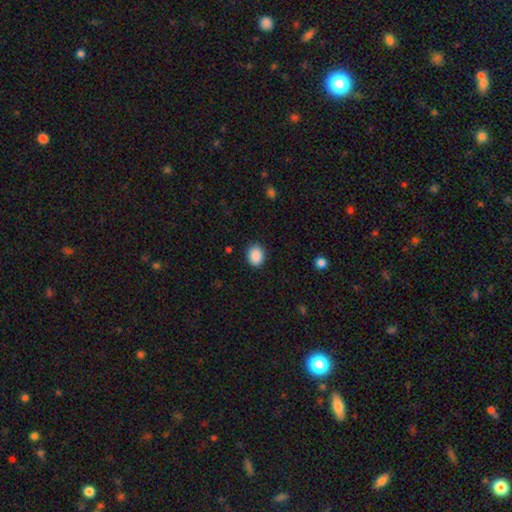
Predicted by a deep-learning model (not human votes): Smooth or featured: smooth — 89% (star or artifact — 8%)
How rounded: in between — 56% (round — 43%)
Merging: none — 89% (minor disturbance — 8%)